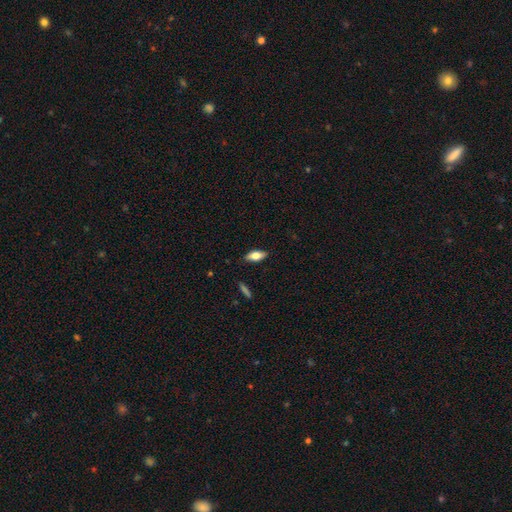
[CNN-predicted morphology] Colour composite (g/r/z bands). It shows a smooth galaxy with no disk features (71%) that is in between round and cigar-shaped (82%). Merging: none (86%).